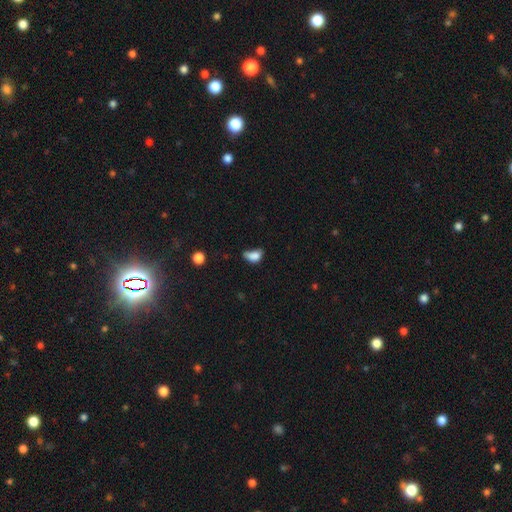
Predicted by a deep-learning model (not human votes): Morphology: type=smooth (79%); roundness=in between (82%); merging=minor disturbance (38%).